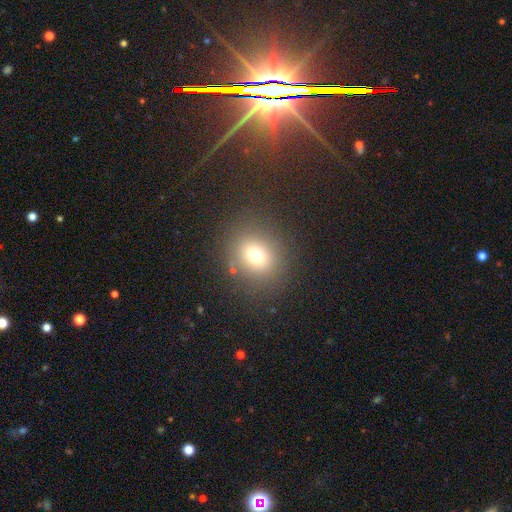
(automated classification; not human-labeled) Smooth or featured: smooth — 71% (star or artifact — 18%)
How rounded: round — 74% (in between — 25%)
Merging: none — 82% (minor disturbance — 9%)